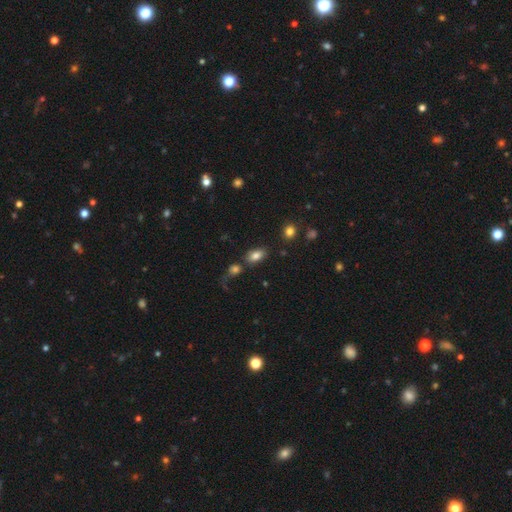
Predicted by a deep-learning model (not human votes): A smooth galaxy with no disk features (82%) that is in between round and cigar-shaped (89%).

Vote fractions:
- Smooth or featured? smooth: 82% / star or artifact: 9% / featured or disk: 8%
- How rounded? in between: 89% / round: 8% / cigar-shaped: 3%
- Merging? none: 73% / minor disturbance: 13% / merger: 11% / major disturbance: 4%